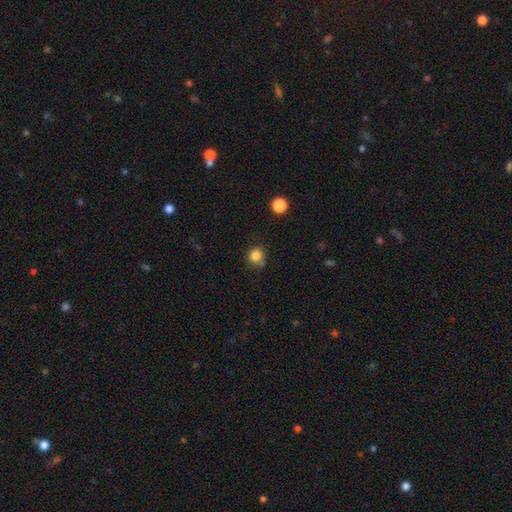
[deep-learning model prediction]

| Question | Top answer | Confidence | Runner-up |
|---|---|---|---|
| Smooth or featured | smooth | 83% | star or artifact (12%) |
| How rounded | round | 91% | in between (9%) |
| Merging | none | 73% | minor disturbance (14%) |